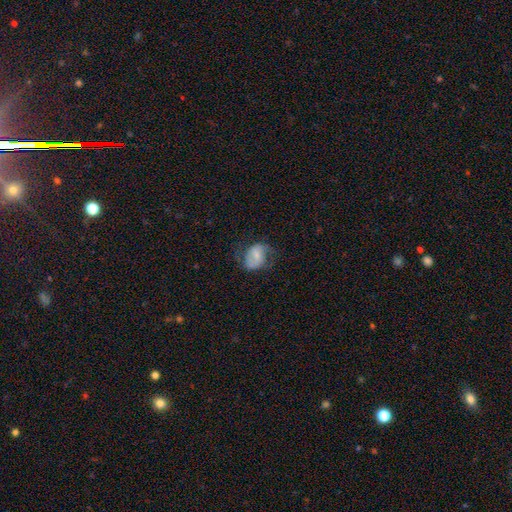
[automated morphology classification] Overall: featured or disk (49%; smooth 43%). Merging: none (56%; minor disturbance 25%).